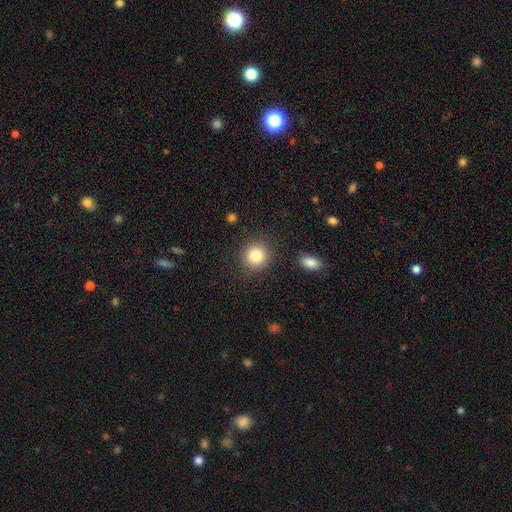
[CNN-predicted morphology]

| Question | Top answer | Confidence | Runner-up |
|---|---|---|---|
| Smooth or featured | smooth | 83% | star or artifact (10%) |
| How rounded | round | 90% | in between (9%) |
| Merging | none | 88% | minor disturbance (7%) |